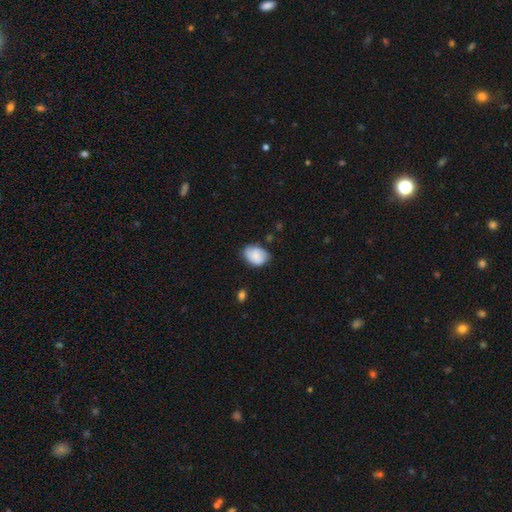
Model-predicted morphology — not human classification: Overall: smooth (67%). How rounded: in between (71%). Merging: none (65%; minor disturbance 27%).